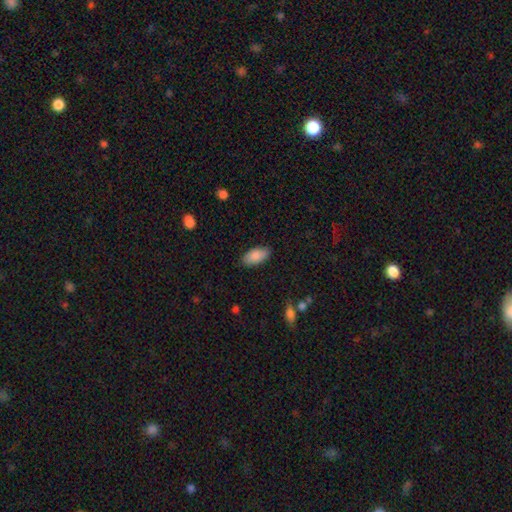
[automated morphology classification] smooth_or_featured: smooth (p=0.88) [alt: star or artifact p=0.06]
how_rounded: in between (p=0.93) [alt: cigar-shaped p=0.05]
merging: none (p=0.86) [alt: minor disturbance p=0.11]